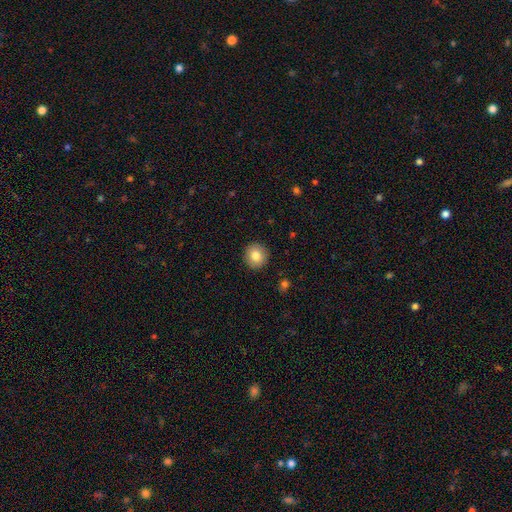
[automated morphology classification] Smooth or featured? smooth (83%)
How rounded? round (88%)
Merging? none (92%)